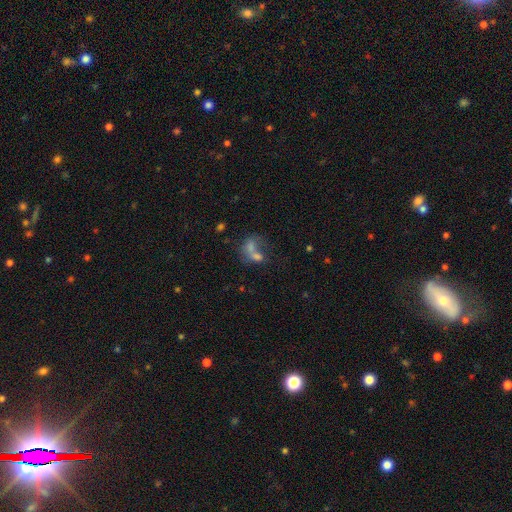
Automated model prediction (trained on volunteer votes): Q: Smooth or featured?
A: smooth (60%); runner-up: featured or disk (24%)
Q: How rounded?
A: in between (64%); runner-up: round (34%)
Q: Merging?
A: merger (65%); runner-up: none (18%)